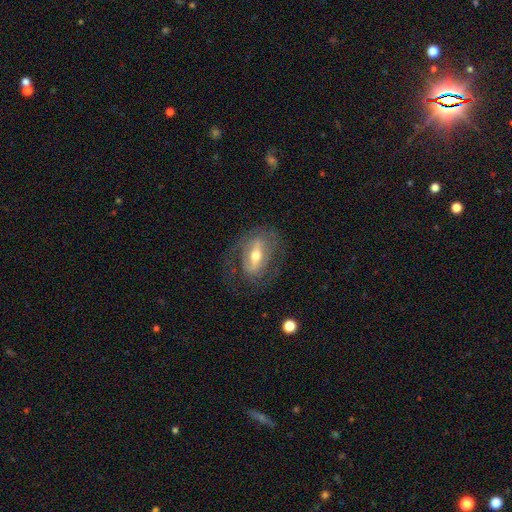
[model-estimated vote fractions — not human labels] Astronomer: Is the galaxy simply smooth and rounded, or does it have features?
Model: featured or disk — 72%.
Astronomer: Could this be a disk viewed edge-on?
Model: no — 85%.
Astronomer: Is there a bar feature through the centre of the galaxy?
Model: strong — 57%.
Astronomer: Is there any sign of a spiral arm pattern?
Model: yes — 60% (runner-up: no, 40%).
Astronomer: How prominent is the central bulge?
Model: moderate — 68%.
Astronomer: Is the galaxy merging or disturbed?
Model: none — 64%.